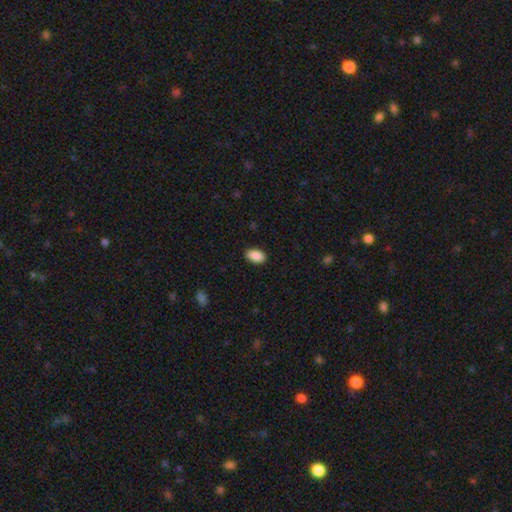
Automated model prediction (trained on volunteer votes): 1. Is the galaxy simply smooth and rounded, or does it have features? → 90% smooth, 7% star or artifact, 3% featured or disk.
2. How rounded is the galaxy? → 93% in between, 5% round, 2% cigar-shaped.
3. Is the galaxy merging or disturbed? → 89% none, 8% minor disturbance, 2% major disturbance, 1% merger.